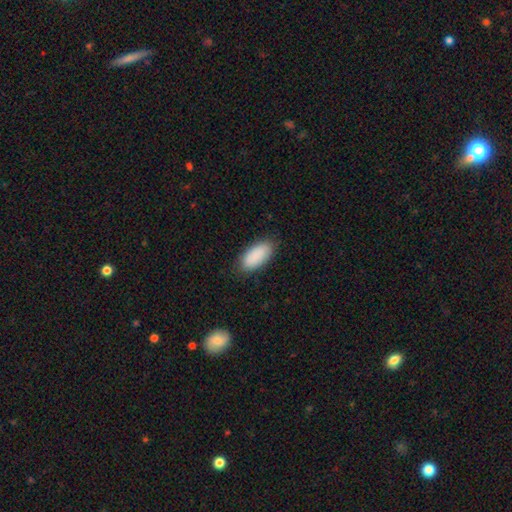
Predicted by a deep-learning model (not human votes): Overall: smooth (90%). How rounded: in between (92%). Merging: none (84%).